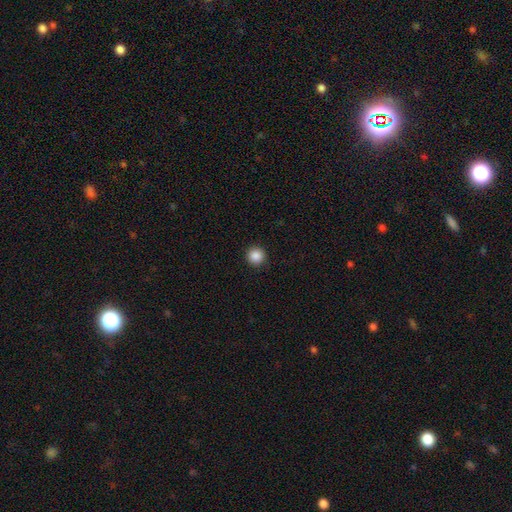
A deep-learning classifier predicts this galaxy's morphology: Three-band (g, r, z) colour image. It shows a smooth galaxy with no disk features (87%) that is round (96%). Merging: none (93%).